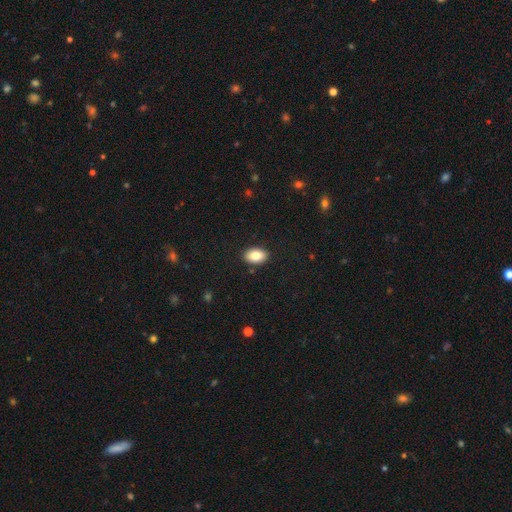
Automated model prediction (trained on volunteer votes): smooth-or-featured: smooth: 84% | featured or disk: 9% | star or artifact: 7%
  how-rounded: in between: 89% | round: 10% | cigar-shaped: 1%
  merging: none: 90% | minor disturbance: 7% | major disturbance: 2% | merger: 1%